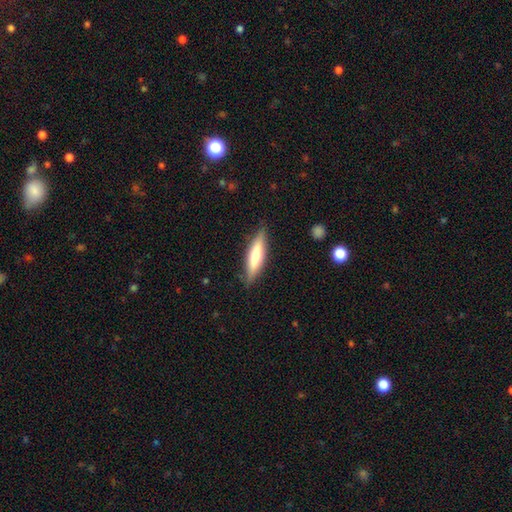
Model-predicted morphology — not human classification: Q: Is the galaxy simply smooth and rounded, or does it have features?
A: smooth — 61%.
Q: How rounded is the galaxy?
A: cigar-shaped — 73%.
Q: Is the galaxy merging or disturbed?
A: none — 83%.